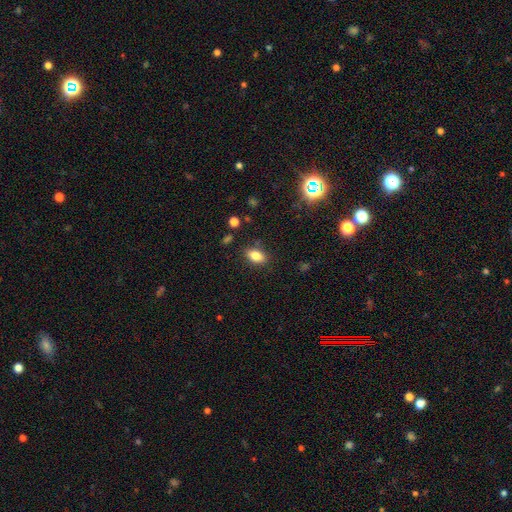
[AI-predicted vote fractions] Smooth or featured?
  - smooth: 81% *
  - star or artifact: 10%
  - featured or disk: 9%
How rounded?
  - in between: 86% *
  - round: 10%
  - cigar-shaped: 3%
Merging?
  - none: 84% *
  - minor disturbance: 11%
  - major disturbance: 3%
  - merger: 2%